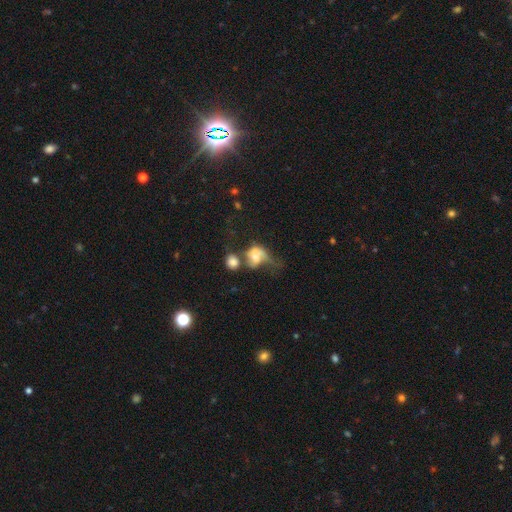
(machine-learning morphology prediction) Overall: smooth (56%; featured or disk 34%). How rounded: in between (53%; round 45%). Merging: merger (44%; major disturbance 29%).